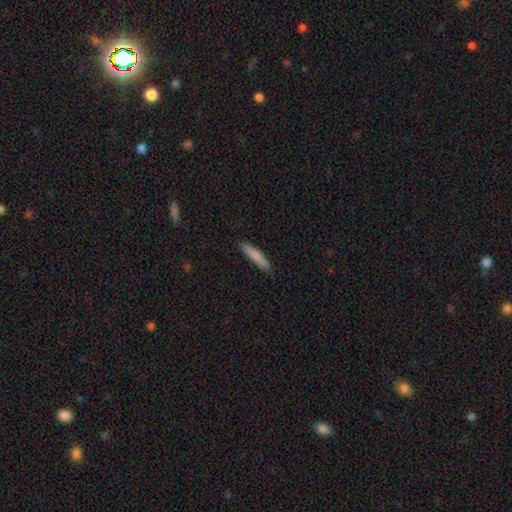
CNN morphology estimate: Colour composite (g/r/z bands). It shows a smooth galaxy with no disk features (81%) that is cigar-shaped (89%). Merging: none (89%).